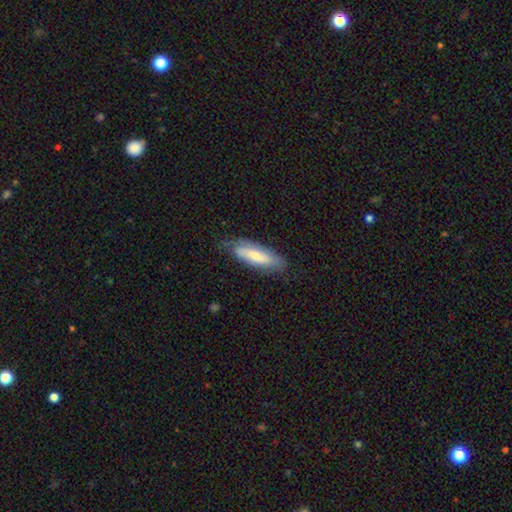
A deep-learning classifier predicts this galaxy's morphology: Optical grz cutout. It shows a smooth galaxy with no disk features (59%) that is in between round and cigar-shaped (51%). Merging: none (66%).